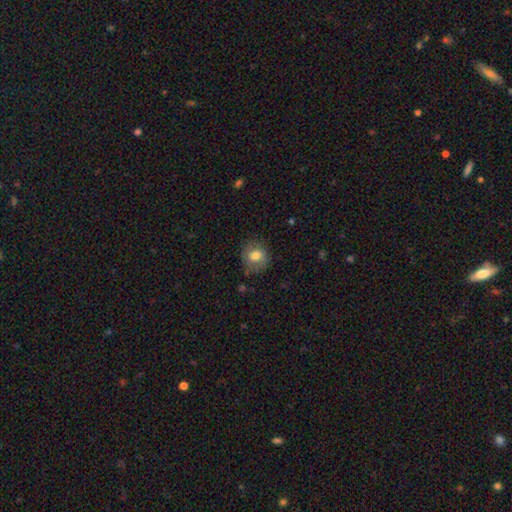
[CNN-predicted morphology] smooth-or-featured: smooth: 75% | featured or disk: 16% | star or artifact: 9%
  how-rounded: round: 81% | in between: 18% | cigar-shaped: 1%
  merging: none: 78% | minor disturbance: 16% | major disturbance: 5% | merger: 2%